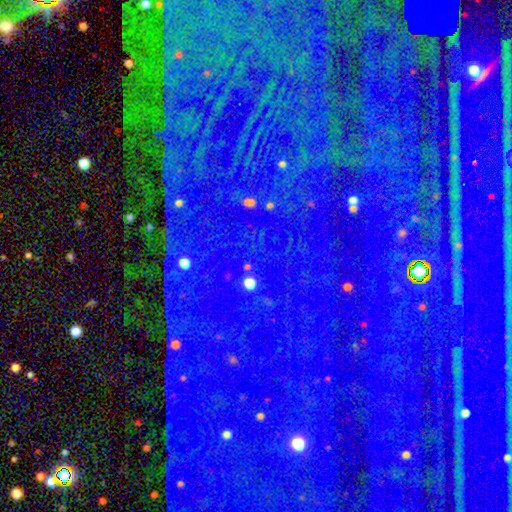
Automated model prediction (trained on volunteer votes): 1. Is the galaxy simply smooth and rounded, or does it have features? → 83% star or artifact, 10% smooth, 7% featured or disk.